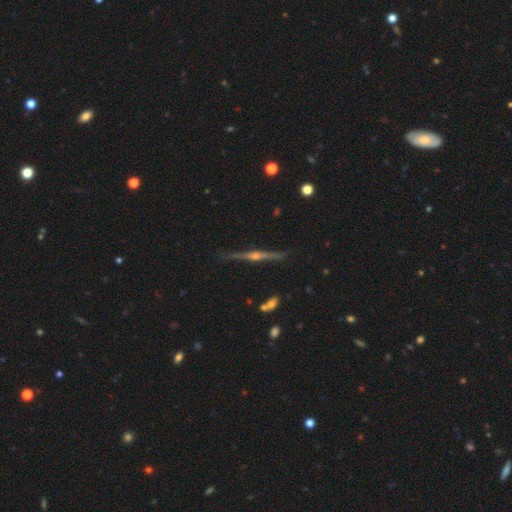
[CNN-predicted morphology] smooth-or-featured: featured or disk: 85% | smooth: 9% | star or artifact: 6%
  disk-edge-on: yes: 98% | no: 2%
    edge-on-bulge: rounded: 91% | boxy: 5% | none: 4%
  merging: none: 88% | minor disturbance: 8% | major disturbance: 2% | merger: 2%